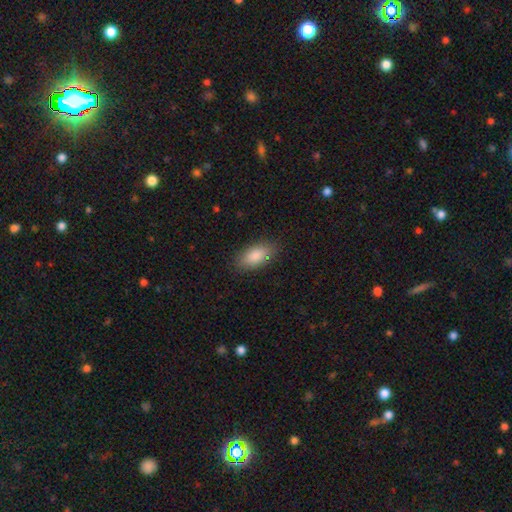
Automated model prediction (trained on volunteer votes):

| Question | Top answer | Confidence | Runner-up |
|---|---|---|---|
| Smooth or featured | smooth | 87% | star or artifact (7%) |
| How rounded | in between | 90% | cigar-shaped (7%) |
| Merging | none | 85% | minor disturbance (11%) |